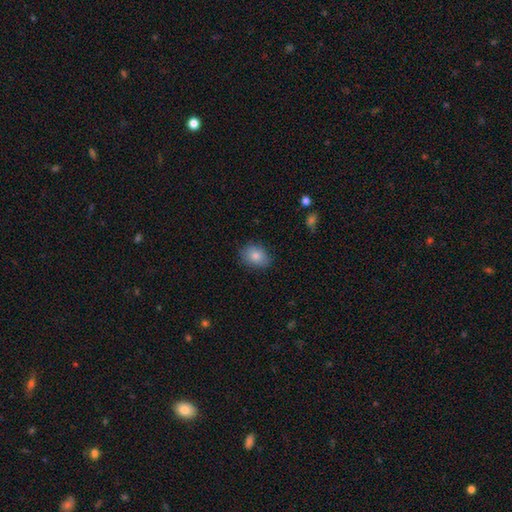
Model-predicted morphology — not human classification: Overall: smooth (83%). How rounded: in between (65%; round 34%). Merging: none (82%).